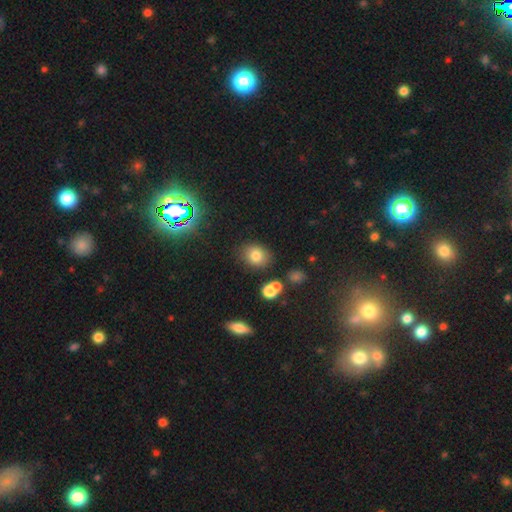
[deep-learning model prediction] The model was most divided on "how rounded": round: 54%, in between: 45%, cigar-shaped: 1%. More confident: merging — none (78%); smooth or featured — smooth (77%).